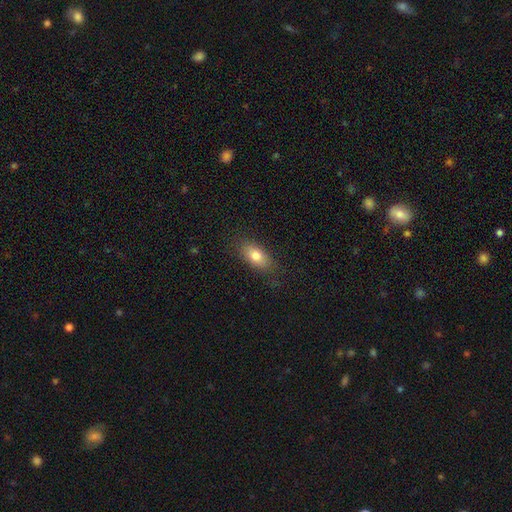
Smooth or featured: smooth — 85% (star or artifact — 10%)
How rounded: in between — 91% (cigar-shaped — 9%)
Merging: none — 83% (minor disturbance — 14%)